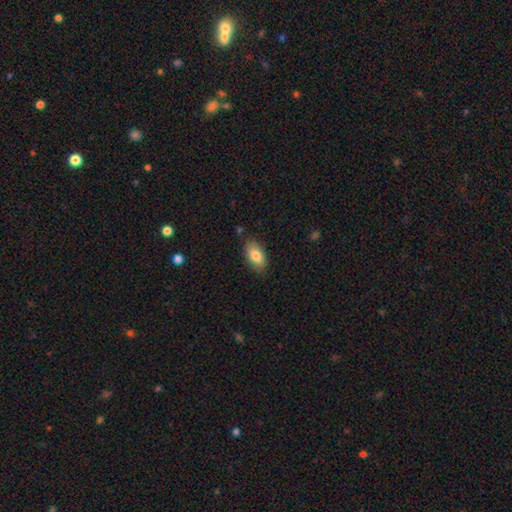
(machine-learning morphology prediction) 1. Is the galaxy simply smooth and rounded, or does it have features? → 82% smooth, 11% featured or disk, 7% star or artifact.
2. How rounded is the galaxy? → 90% in between, 6% cigar-shaped, 4% round.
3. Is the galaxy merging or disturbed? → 83% none, 13% minor disturbance, 3% major disturbance, 2% merger.